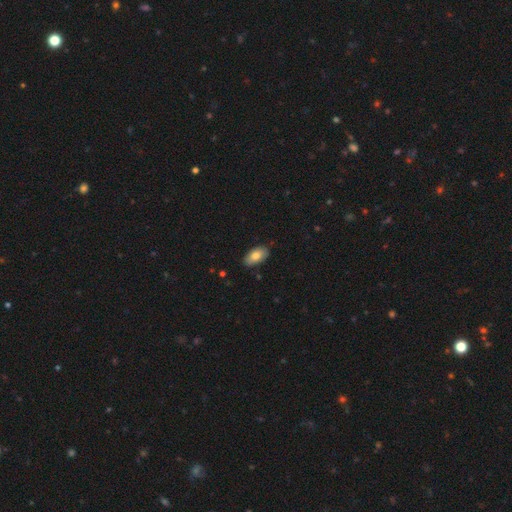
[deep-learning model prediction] smooth 80%, featured or disk 13%, star or artifact 6%. Down the decision tree: how rounded — in between (94%); merging — none (85%).